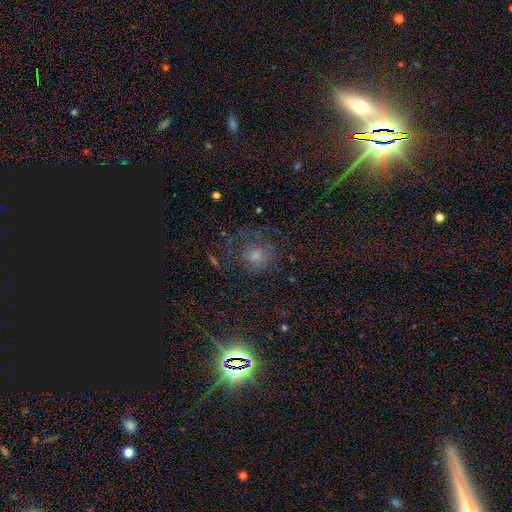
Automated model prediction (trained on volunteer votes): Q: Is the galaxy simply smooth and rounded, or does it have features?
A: star or artifact — 36%, tied with featured or disk.